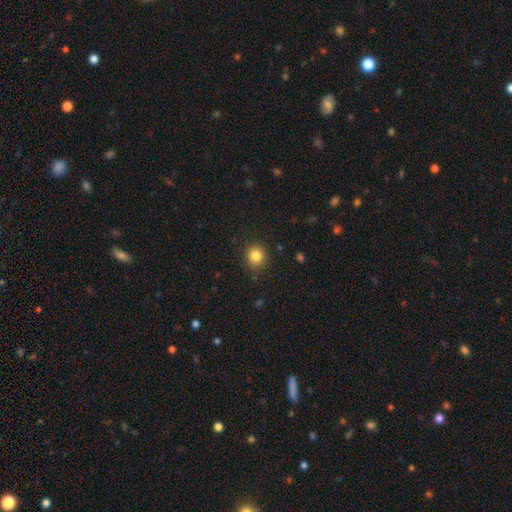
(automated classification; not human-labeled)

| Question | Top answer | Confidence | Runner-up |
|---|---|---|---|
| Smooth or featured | smooth | 83% | star or artifact (12%) |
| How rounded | round | 89% | in between (10%) |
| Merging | none | 89% | minor disturbance (8%) |